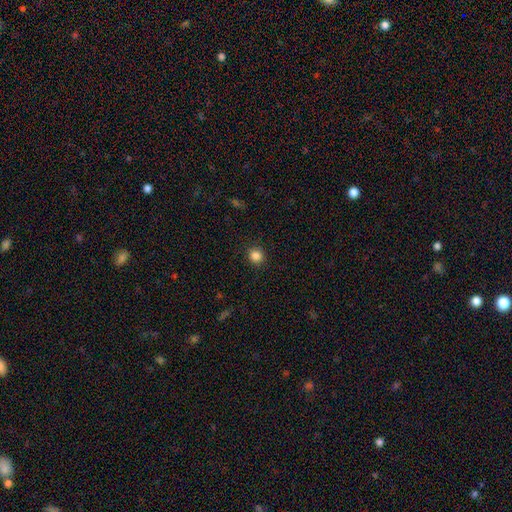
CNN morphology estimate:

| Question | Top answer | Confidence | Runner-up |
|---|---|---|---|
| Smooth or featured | smooth | 85% | star or artifact (11%) |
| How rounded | round | 90% | in between (9%) |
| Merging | none | 90% | minor disturbance (6%) |